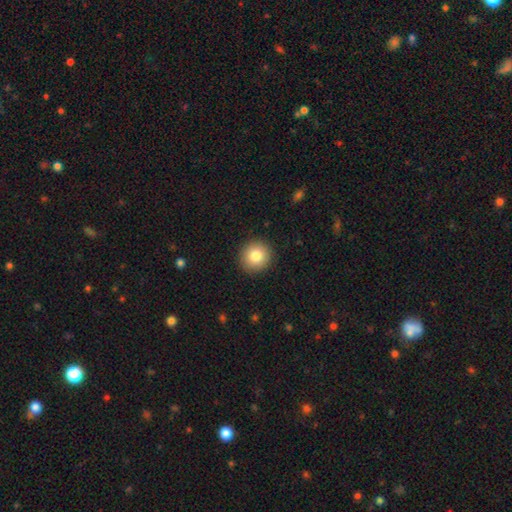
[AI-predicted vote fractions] Smooth or featured? smooth (82%)
How rounded? round (92%)
Merging? none (92%)